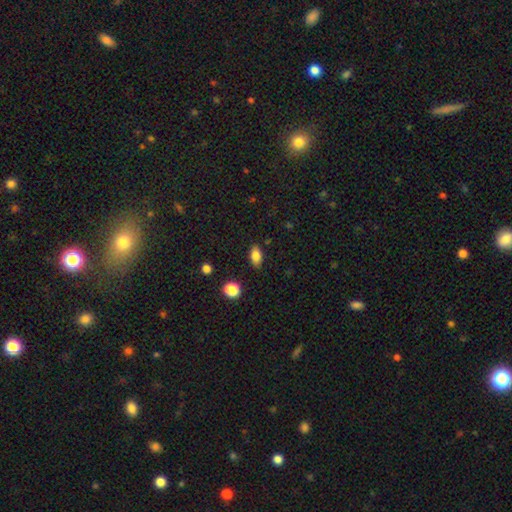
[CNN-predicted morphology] smooth-or-featured: smooth: 83% | star or artifact: 9% | featured or disk: 7%
  how-rounded: in between: 87% | round: 9% | cigar-shaped: 4%
  merging: none: 86% | minor disturbance: 10% | major disturbance: 2% | merger: 2%